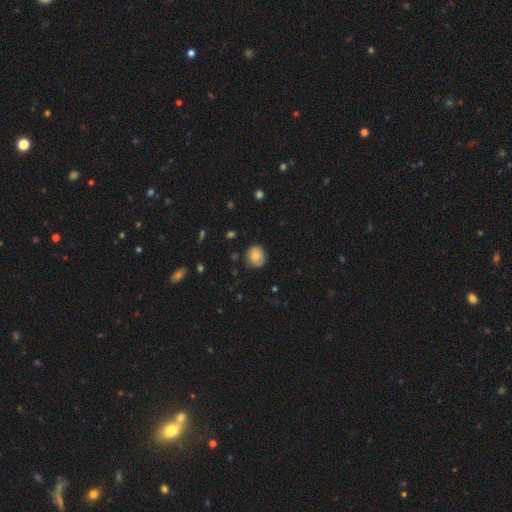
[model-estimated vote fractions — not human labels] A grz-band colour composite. It shows a smooth galaxy with no disk features (70%) that is round (77%). Merging: none (79%).